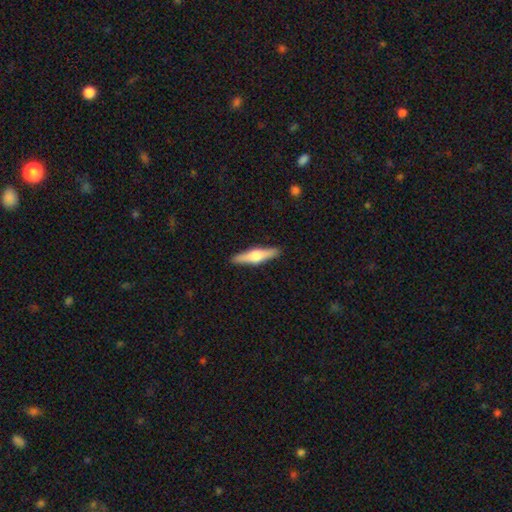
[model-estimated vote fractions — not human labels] smooth_or_featured: featured or disk (p=0.57) [alt: smooth p=0.37]
disk_edge_on: yes (p=0.96) [alt: no p=0.04]
edge_on_bulge: rounded (p=0.92) [alt: boxy p=0.05]
merging: none (p=0.91) [alt: minor disturbance p=0.06]